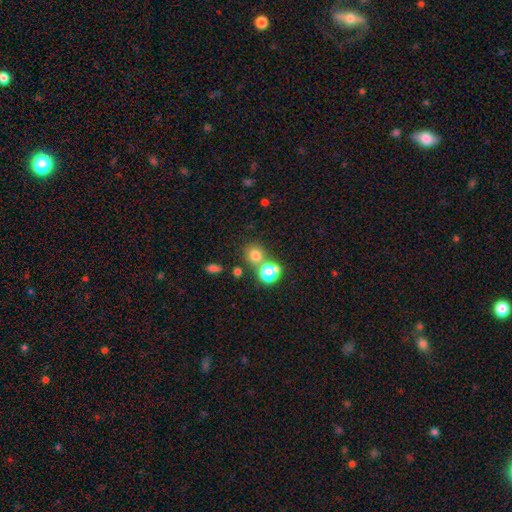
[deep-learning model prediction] Smooth or featured?
  - smooth: 73% *
  - star or artifact: 20%
  - featured or disk: 7%
How rounded?
  - round: 85% *
  - in between: 14%
  - cigar-shaped: 1%
Merging?
  - none: 64% *
  - merger: 24%
  - minor disturbance: 8%
  - major disturbance: 4%